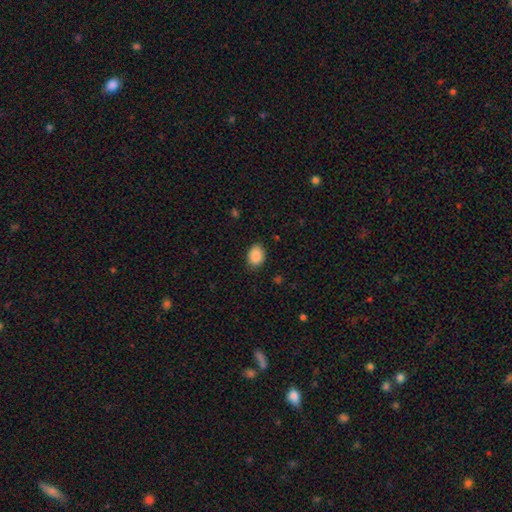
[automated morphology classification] This is clearly a smooth galaxy (89%). How rounded: likely in between (70%). Merging: clearly none (85%).